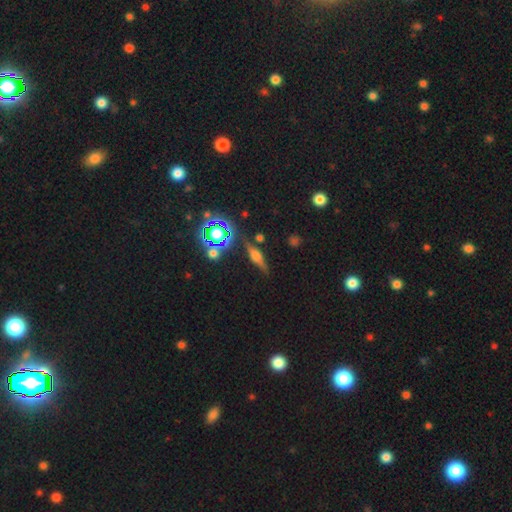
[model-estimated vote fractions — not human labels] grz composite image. It shows a featured or disk galaxy (59%) viewed edge-on (93%) with a rounded central bulge (80%). Merging: none (80%).